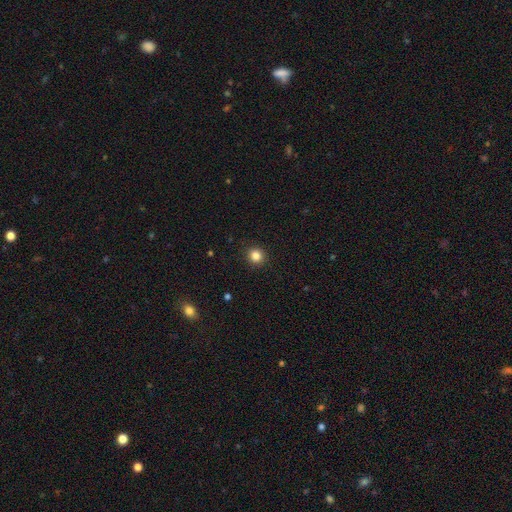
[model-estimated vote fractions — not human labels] smooth 84%, star or artifact 11%, featured or disk 4%. Down the decision tree: how rounded — round (91%); merging — none (92%).